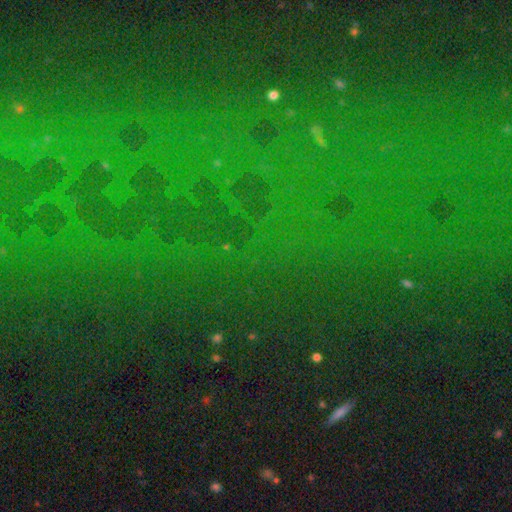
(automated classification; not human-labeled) Smooth or featured? star or artifact (82%)